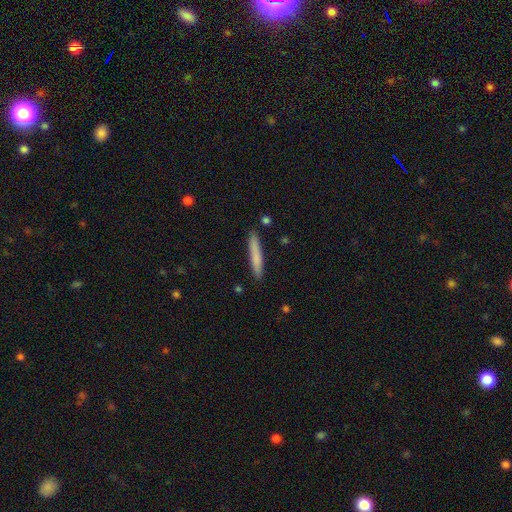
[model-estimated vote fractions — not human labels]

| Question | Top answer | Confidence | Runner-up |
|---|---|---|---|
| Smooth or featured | smooth | 76% | featured or disk (19%) |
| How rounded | cigar-shaped | 94% | in between (5%) |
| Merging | none | 88% | minor disturbance (9%) |